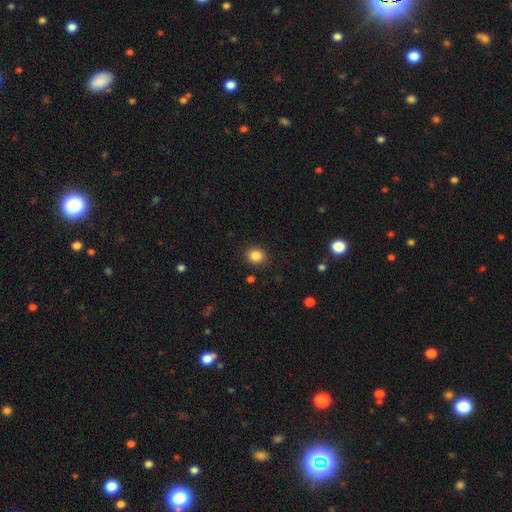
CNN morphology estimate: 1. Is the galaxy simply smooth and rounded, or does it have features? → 85% smooth, 10% star or artifact, 4% featured or disk.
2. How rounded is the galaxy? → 76% round, 23% in between, 1% cigar-shaped.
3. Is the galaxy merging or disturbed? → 90% none, 6% minor disturbance, 2% major disturbance, 1% merger.